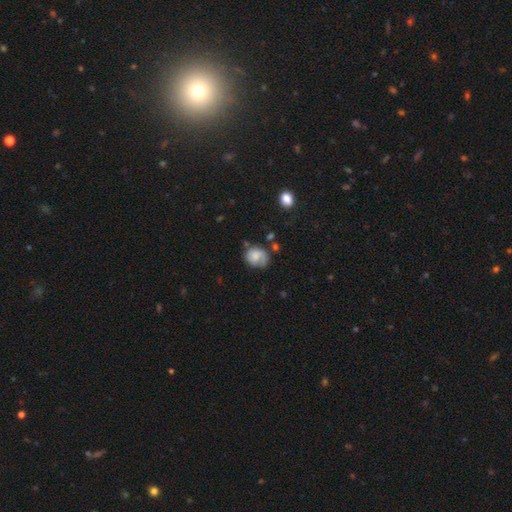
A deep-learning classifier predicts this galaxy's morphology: Smooth or featured: smooth — 63% (featured or disk — 28%)
How rounded: round — 64% (in between — 35%)
Merging: none — 50% (minor disturbance — 29%)